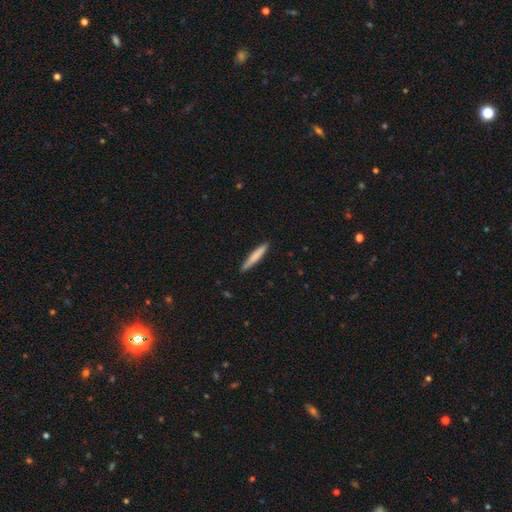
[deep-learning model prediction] smooth 76%, featured or disk 19%, star or artifact 5%. Down the decision tree: how rounded — cigar-shaped (94%); merging — none (88%).